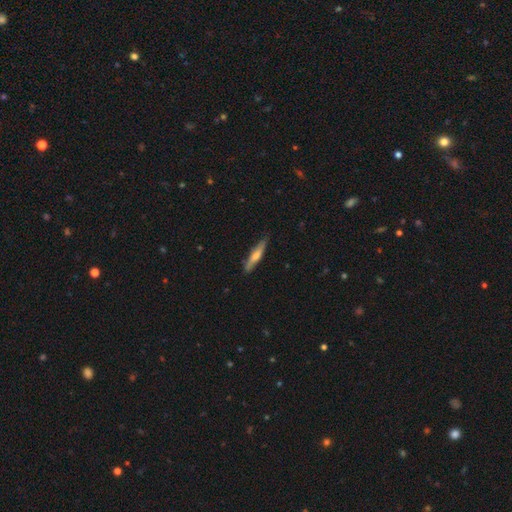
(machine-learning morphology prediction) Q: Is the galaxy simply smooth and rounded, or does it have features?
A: featured or disk — 51%.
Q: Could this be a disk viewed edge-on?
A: yes — 92%.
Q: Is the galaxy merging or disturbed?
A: none — 86%.